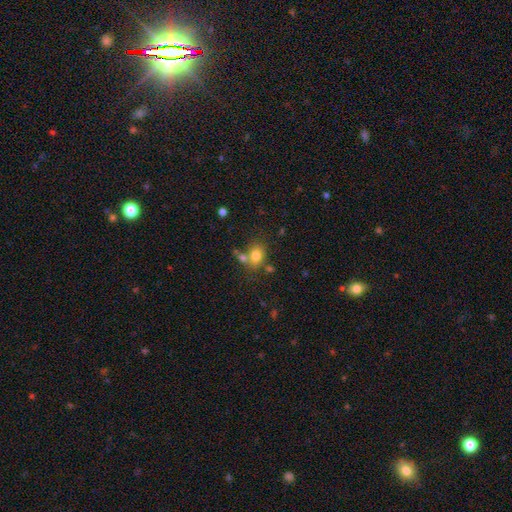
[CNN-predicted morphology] Smooth or featured? smooth (77%)
How rounded? in between (55%)
Merging? none (54%)